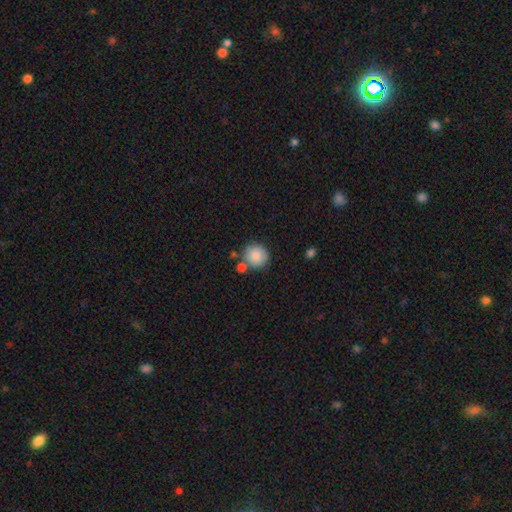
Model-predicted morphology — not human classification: type=smooth (87%); roundness=round (91%); merging=none (73%).